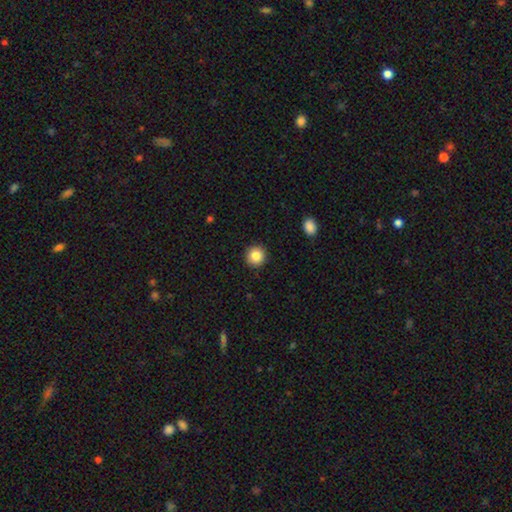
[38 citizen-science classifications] smooth-or-featured: smooth: 87% | star or artifact: 8% | featured or disk: 5%
  how-rounded: round: 94% | in between: 6% | cigar-shaped: 0%
  merging: none: 89% | major disturbance: 6% | minor disturbance: 3% | merger: 3%